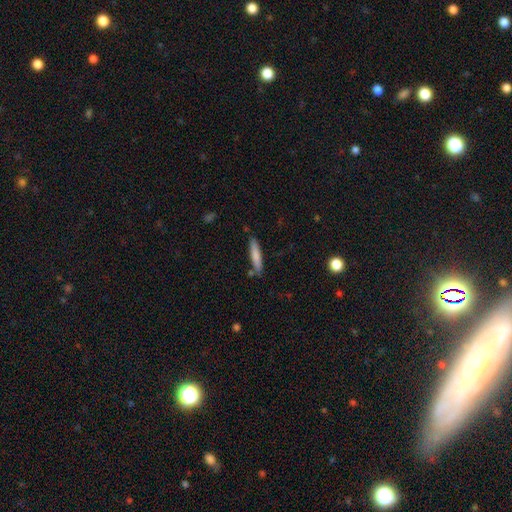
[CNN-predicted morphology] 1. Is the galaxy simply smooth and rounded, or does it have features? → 76% smooth, 18% featured or disk, 6% star or artifact.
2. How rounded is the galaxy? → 85% cigar-shaped, 14% in between, 1% round.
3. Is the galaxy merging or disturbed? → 81% none, 12% minor disturbance, 4% merger, 2% major disturbance.